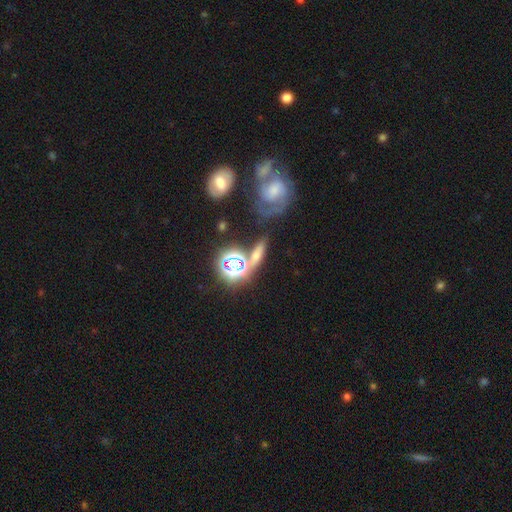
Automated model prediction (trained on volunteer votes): This is marginally a smooth galaxy (39%). Merging: possibly none (55%).